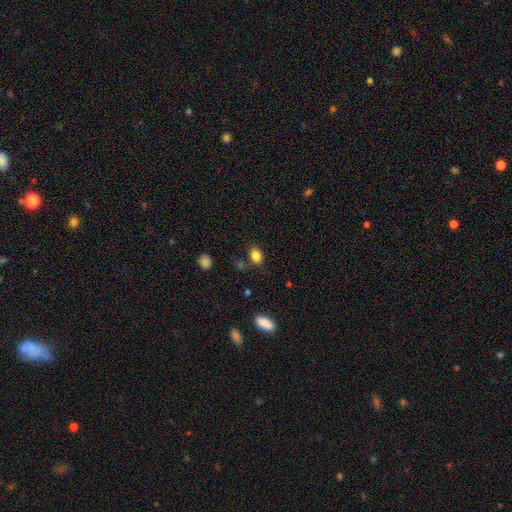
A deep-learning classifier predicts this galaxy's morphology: A smooth galaxy with no disk features (85%) that is in between round and cigar-shaped (75%).

Vote fractions:
- Smooth or featured? smooth: 85% / star or artifact: 10% / featured or disk: 4%
- How rounded? in between: 75% / round: 24% / cigar-shaped: 1%
- Merging? none: 76% / minor disturbance: 14% / merger: 6% / major disturbance: 4%